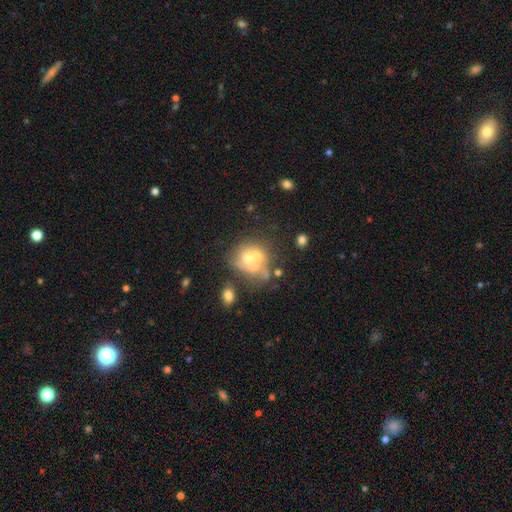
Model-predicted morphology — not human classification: type=smooth (46%); merging=merger (60%).